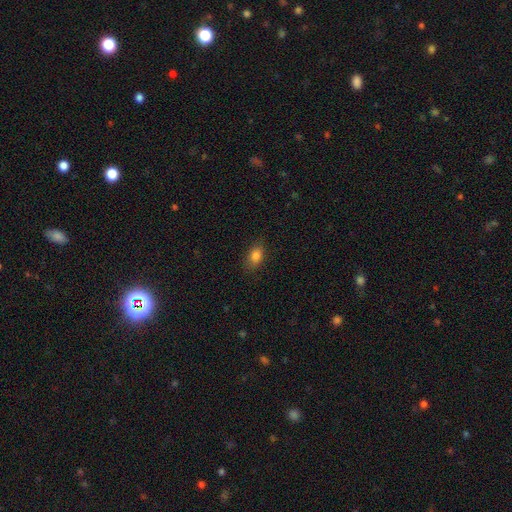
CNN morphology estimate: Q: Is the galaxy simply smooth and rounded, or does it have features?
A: smooth — 83%.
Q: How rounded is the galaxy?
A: in between — 85%.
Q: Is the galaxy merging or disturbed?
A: none — 84%.